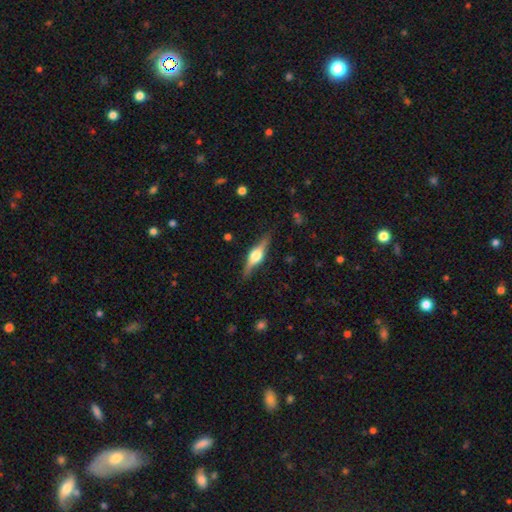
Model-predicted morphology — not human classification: type=featured or disk (73%); edge-on=yes (97%); edge-on bulge=rounded (94%); merging=none (87%).